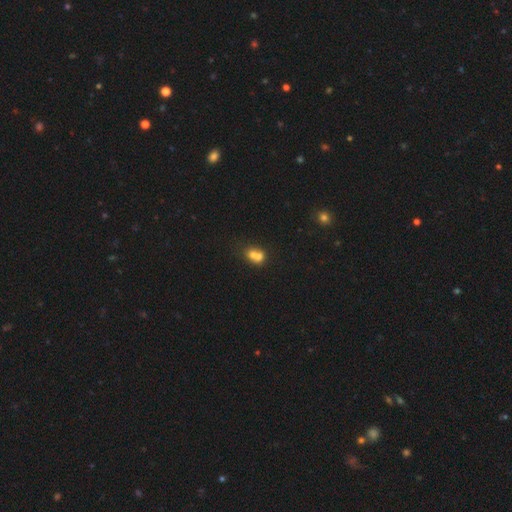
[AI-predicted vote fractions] A smooth galaxy with no disk features (67%) that is round (59%). Merging: merger (66%).